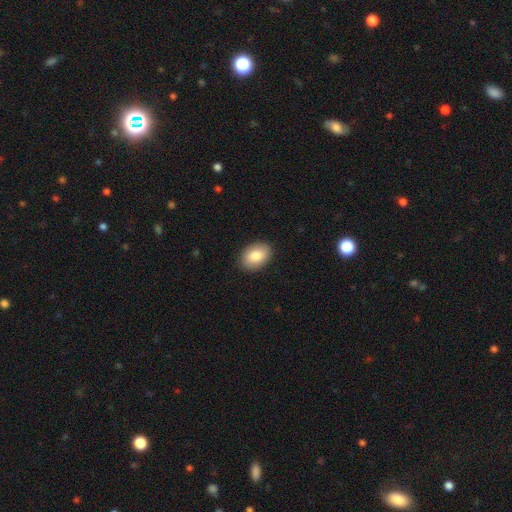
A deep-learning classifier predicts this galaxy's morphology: This appears to be a smooth galaxy with no disk features (83%) that is in between round and cigar-shaped (82%). Merging: none (89%).